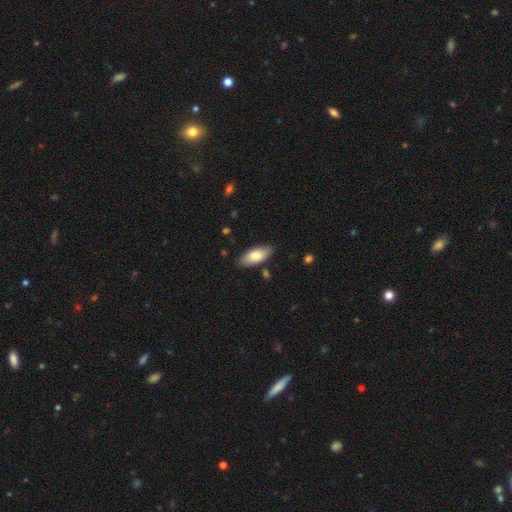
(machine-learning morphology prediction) smooth-or-featured: smooth: 79% | featured or disk: 16% | star or artifact: 6%
  how-rounded: in between: 86% | cigar-shaped: 13% | round: 2%
  merging: none: 85% | minor disturbance: 11% | major disturbance: 2% | merger: 2%